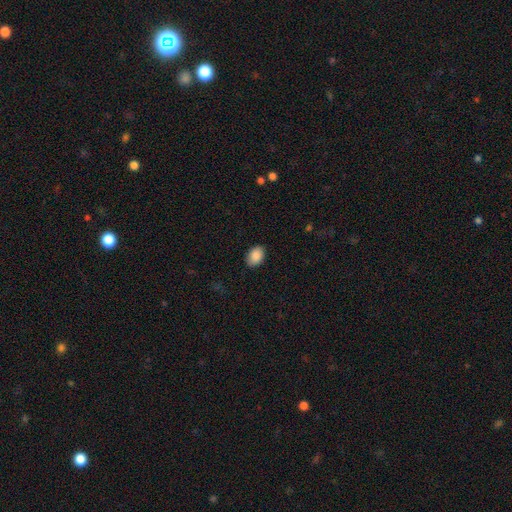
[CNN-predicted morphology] smooth 89%, star or artifact 7%, featured or disk 4%. Down the decision tree: how rounded — in between (82%); merging — none (87%).